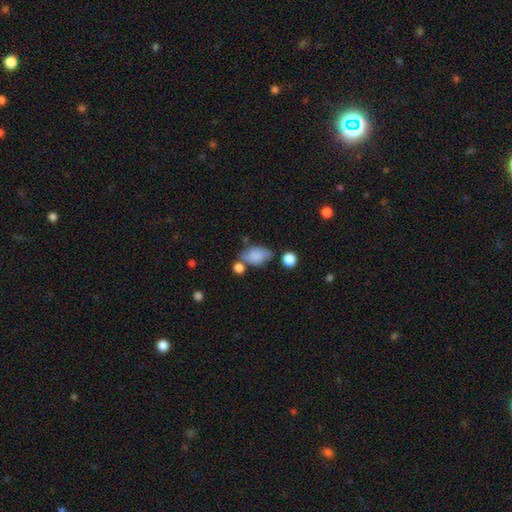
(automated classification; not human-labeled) This is likely a smooth galaxy (77%). How rounded: clearly in between (84%). Merging: possibly none (50%).